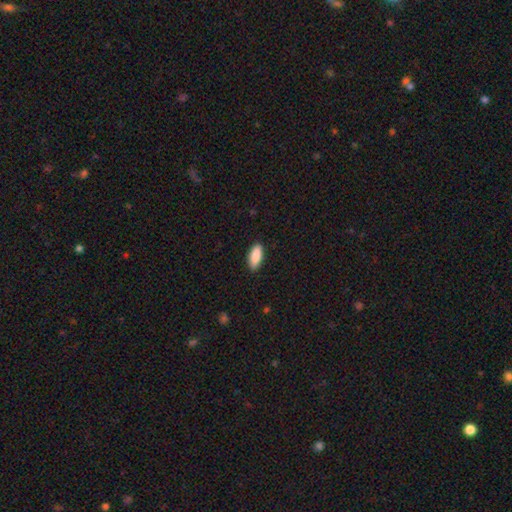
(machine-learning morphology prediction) A smooth galaxy with no disk features (89%) that is in between round and cigar-shaped (82%). Merging: none (89%).